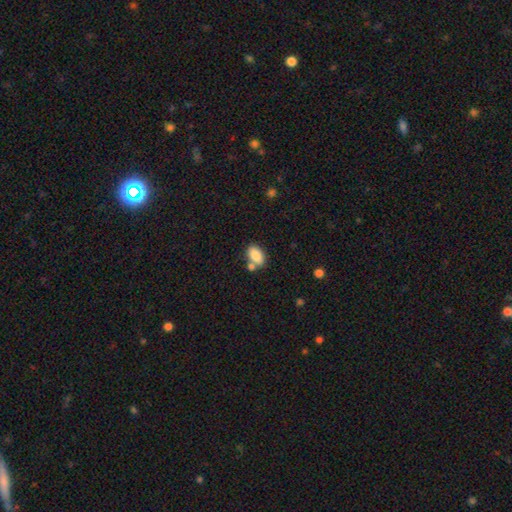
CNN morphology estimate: smooth-or-featured: smooth: 85% | star or artifact: 8% | featured or disk: 7%
  how-rounded: in between: 90% | round: 8% | cigar-shaped: 2%
  merging: none: 61% | merger: 23% | minor disturbance: 13% | major disturbance: 4%